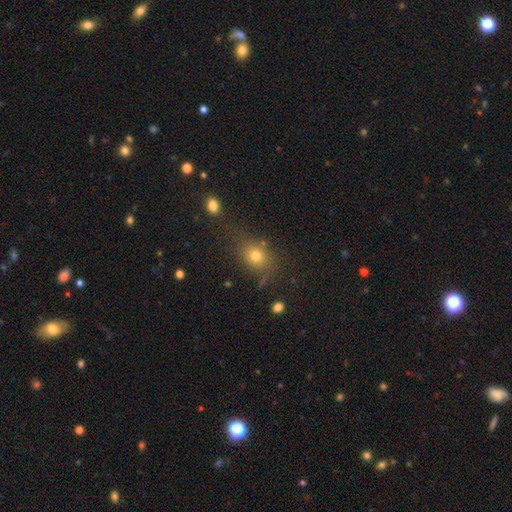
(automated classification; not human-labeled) Smooth or featured? Predicted: smooth (p=0.72). How rounded? Predicted: round (p=0.50). Merging? Predicted: none (p=0.70).